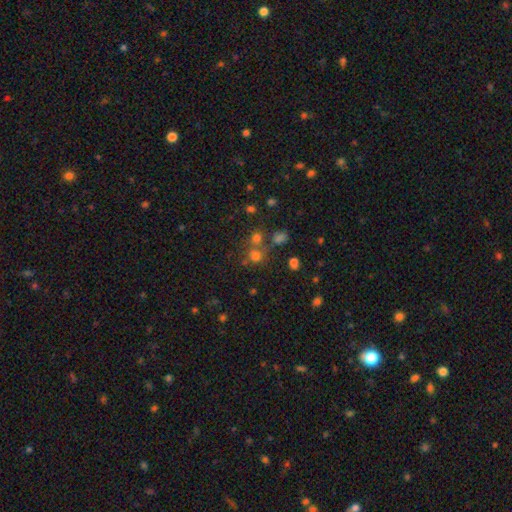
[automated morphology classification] Smooth or featured? Predicted: smooth (p=0.66). How rounded? Predicted: round (p=0.82). Merging? Predicted: none (p=0.54).